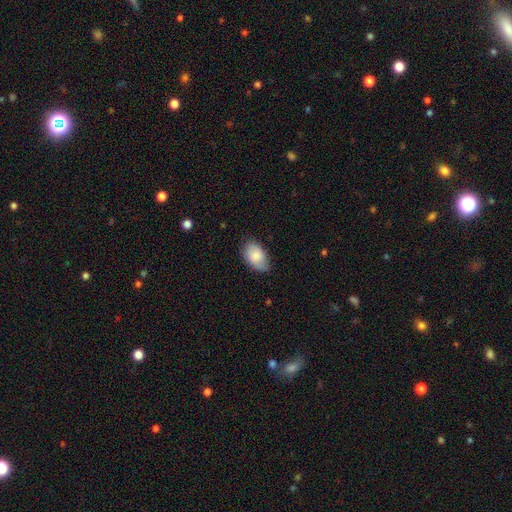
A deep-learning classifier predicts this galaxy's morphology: Overall: smooth (79%). How rounded: in between (92%). Merging: none (71%).